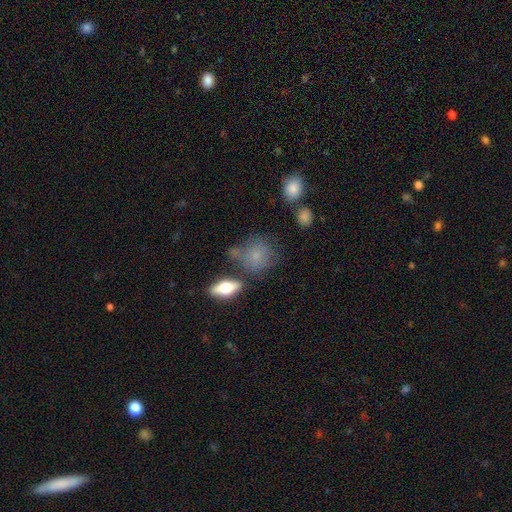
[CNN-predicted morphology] Smooth or featured?
  - smooth: 70% *
  - featured or disk: 18%
  - star or artifact: 12%
How rounded?
  - round: 71% *
  - in between: 27%
  - cigar-shaped: 2%
Merging?
  - none: 58% *
  - minor disturbance: 23%
  - merger: 11%
  - major disturbance: 9%